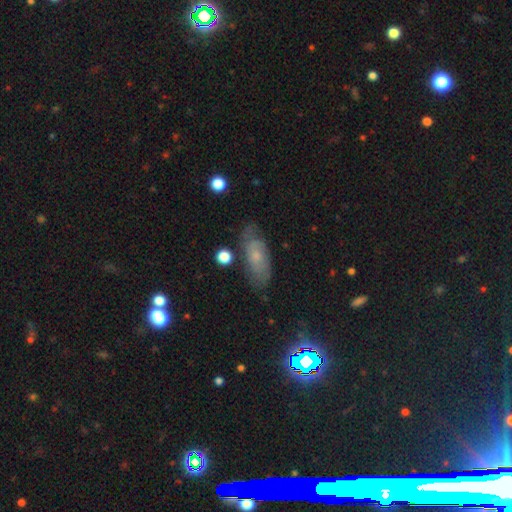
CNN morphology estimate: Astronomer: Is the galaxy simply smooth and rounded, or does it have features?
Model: featured or disk — 54% (runner-up: smooth, 35%).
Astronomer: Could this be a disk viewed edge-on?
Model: no — 86%.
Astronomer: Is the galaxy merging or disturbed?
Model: none — 71%.